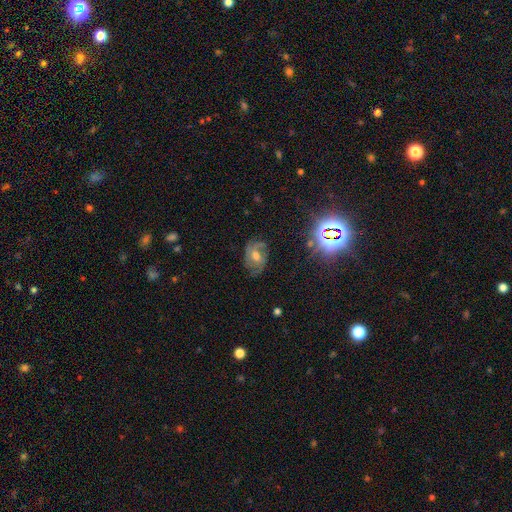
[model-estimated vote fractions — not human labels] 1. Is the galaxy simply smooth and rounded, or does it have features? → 59% featured or disk, 24% smooth, 17% star or artifact.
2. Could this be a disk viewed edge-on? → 95% no, 5% yes.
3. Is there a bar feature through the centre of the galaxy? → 57% no, 34% weak, 10% strong.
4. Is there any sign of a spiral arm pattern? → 79% yes, 21% no.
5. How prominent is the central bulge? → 68% moderate, 14% small, 13% large, 3% none, 2% dominant.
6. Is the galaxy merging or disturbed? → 68% none, 21% minor disturbance, 9% major disturbance, 2% merger.